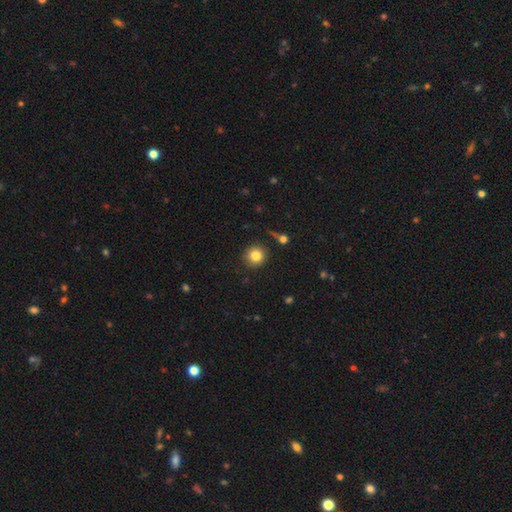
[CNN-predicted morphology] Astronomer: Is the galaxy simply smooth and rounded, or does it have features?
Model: smooth — 82%.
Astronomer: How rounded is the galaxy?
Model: round — 94%.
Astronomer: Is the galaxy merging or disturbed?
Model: none — 89%.